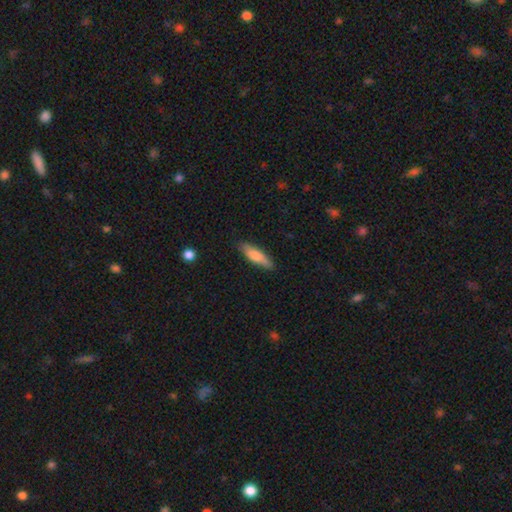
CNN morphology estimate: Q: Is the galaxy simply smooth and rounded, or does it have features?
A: smooth — 76%.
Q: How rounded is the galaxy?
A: cigar-shaped — 64%.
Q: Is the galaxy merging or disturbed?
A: none — 85%.